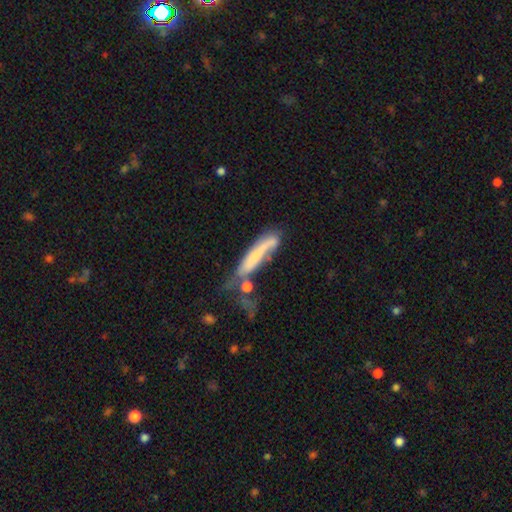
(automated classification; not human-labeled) Morphology: type=smooth (49%); merging=none (47%).